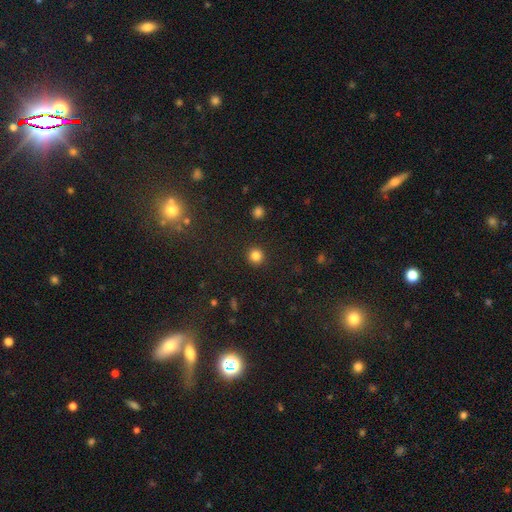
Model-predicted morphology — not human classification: Smooth or featured? smooth (84%)
How rounded? round (93%)
Merging? none (92%)